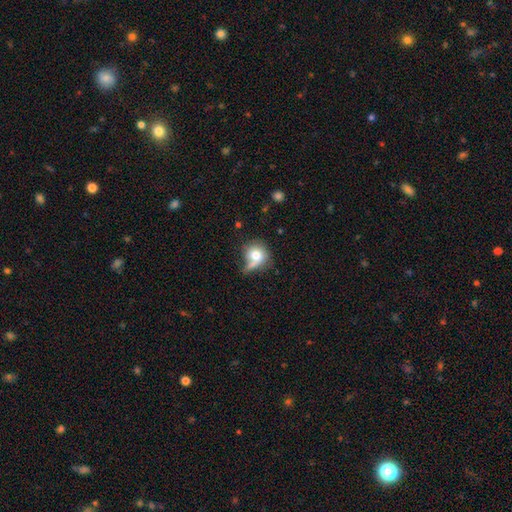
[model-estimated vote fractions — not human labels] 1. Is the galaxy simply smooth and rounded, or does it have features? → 74% smooth, 17% featured or disk, 9% star or artifact.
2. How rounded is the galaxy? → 78% round, 21% in between, 1% cigar-shaped.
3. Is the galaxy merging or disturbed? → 39% none, 24% merger, 21% minor disturbance, 17% major disturbance.